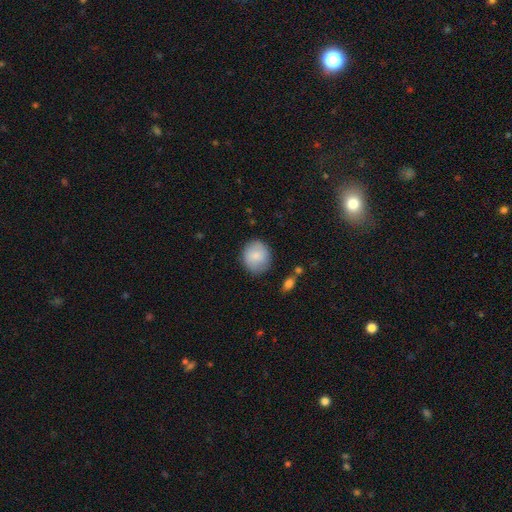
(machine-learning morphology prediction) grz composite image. It shows a smooth galaxy with no disk features (84%) that is round (75%). Merging: none (81%).